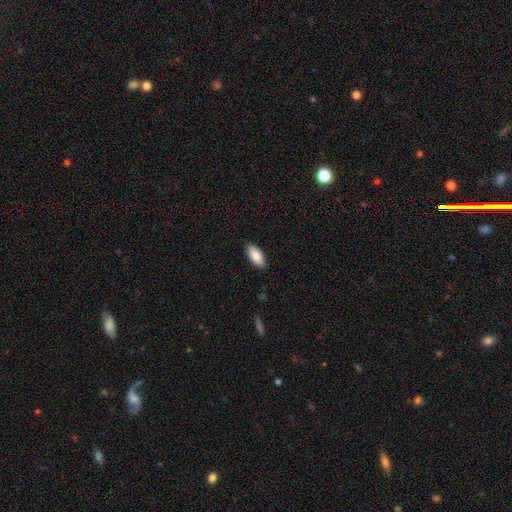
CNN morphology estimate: This is clearly a smooth galaxy (89%). How rounded: clearly in between (90%). Merging: clearly none (88%).